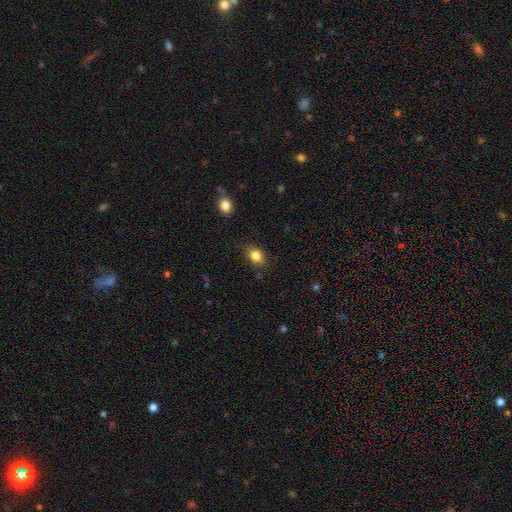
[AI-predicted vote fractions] Morphology: type=smooth (84%); roundness=in between (68%); merging=none (83%).